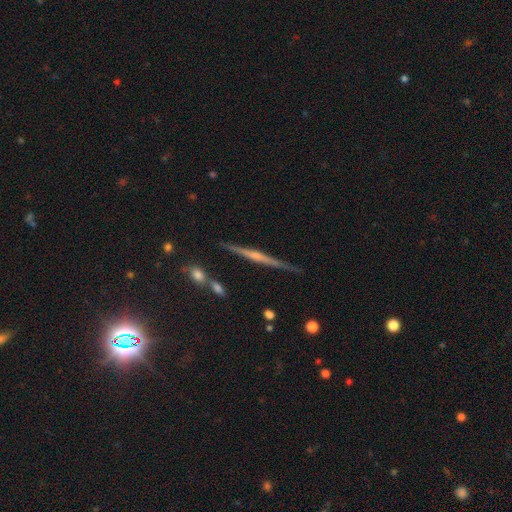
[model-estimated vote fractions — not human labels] Smooth or featured: featured or disk — 74% (smooth — 18%)
Edge-on disk: yes — 98% (no — 2%)
Edge-on bulge: rounded — 54% (none — 34%)
Merging: none — 85% (minor disturbance — 10%)